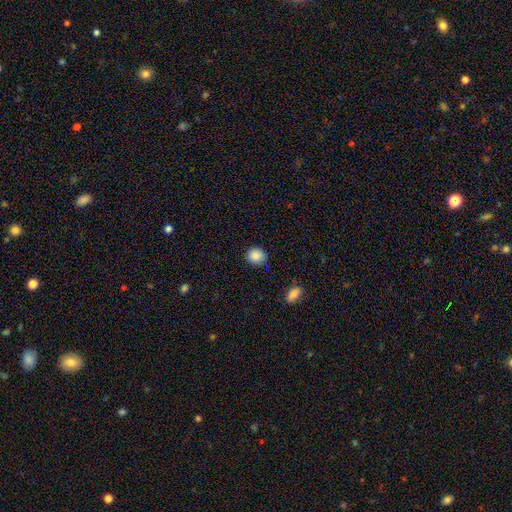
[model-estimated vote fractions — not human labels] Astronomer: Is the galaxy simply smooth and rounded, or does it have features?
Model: smooth — 88%.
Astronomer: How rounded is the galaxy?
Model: round — 79%.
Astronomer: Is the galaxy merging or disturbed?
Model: none — 85%.